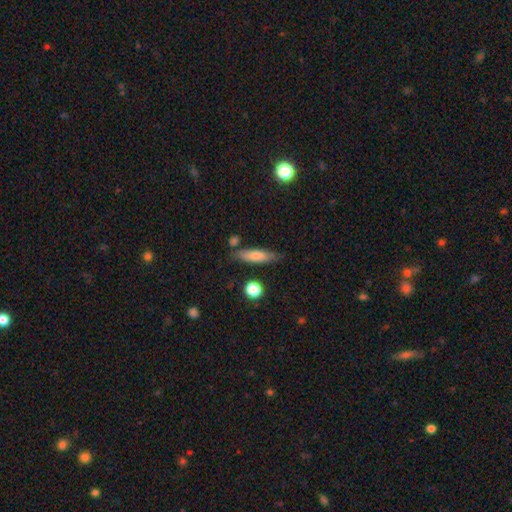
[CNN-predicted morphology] The model was most divided on "smooth or featured": smooth: 65%, featured or disk: 26%, star or artifact: 9%. More confident: merging — none (79%); how rounded — cigar-shaped (73%).